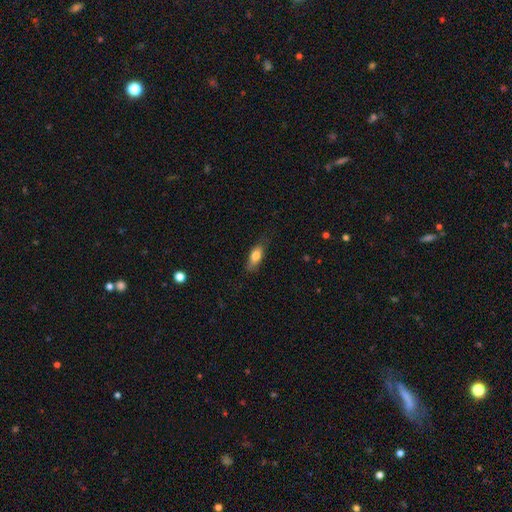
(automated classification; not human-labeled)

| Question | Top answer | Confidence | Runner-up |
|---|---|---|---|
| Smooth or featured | smooth | 77% | featured or disk (16%) |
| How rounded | in between | 74% | cigar-shaped (23%) |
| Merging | none | 73% | minor disturbance (21%) |